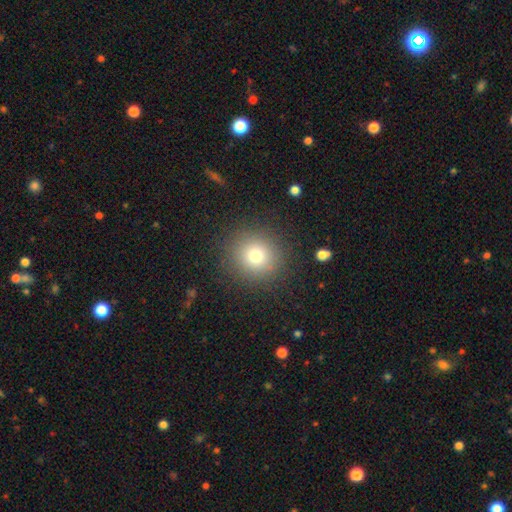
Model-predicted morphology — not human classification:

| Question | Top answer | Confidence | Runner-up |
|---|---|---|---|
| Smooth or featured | smooth | 77% | star or artifact (14%) |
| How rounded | round | 92% | in between (7%) |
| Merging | none | 89% | minor disturbance (7%) |